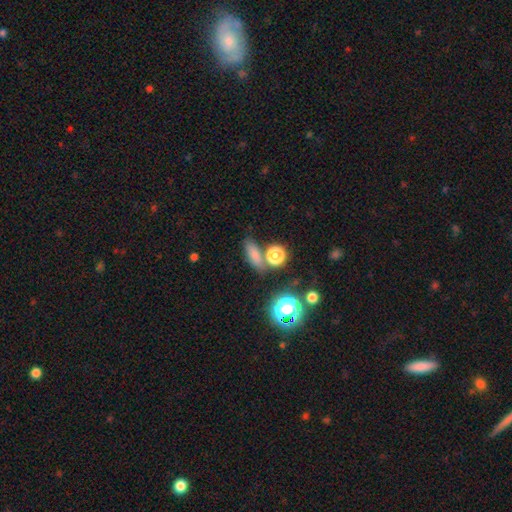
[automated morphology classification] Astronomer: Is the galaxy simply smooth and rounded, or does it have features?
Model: smooth — 66%.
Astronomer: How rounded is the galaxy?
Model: in between — 49% (runner-up: cigar-shaped, 28%).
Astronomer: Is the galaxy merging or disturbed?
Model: none — 69%.